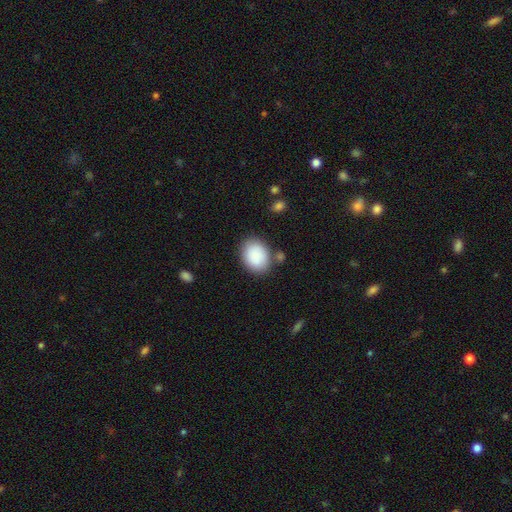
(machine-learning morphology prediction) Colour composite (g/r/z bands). It shows a smooth galaxy with no disk features (87%) that is in between round and cigar-shaped (69%). Merging: none (76%).